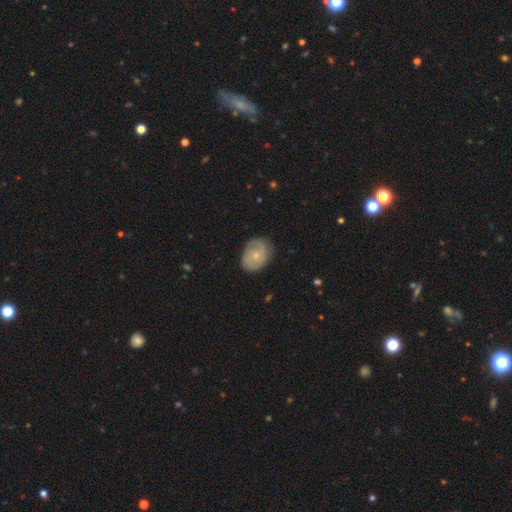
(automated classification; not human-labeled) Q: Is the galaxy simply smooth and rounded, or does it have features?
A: featured or disk — 56%.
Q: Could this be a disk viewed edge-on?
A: no — 97%.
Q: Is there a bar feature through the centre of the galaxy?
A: no — 78%.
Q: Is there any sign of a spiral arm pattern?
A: yes — 80%.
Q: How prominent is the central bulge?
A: small — 69%.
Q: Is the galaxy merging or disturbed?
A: none — 75%.